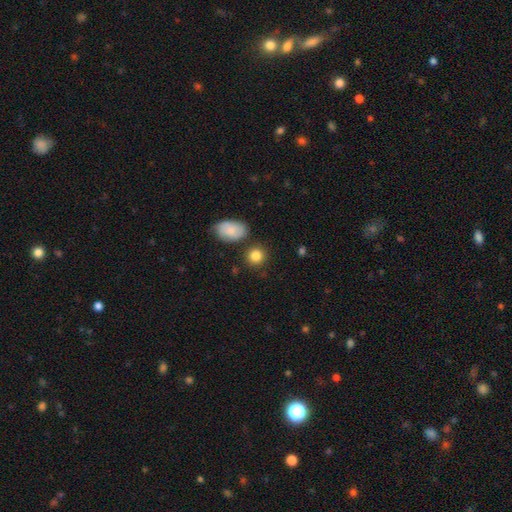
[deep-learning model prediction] smooth 85%, star or artifact 8%, featured or disk 6%. Down the decision tree: how rounded — round (84%); merging — none (80%).